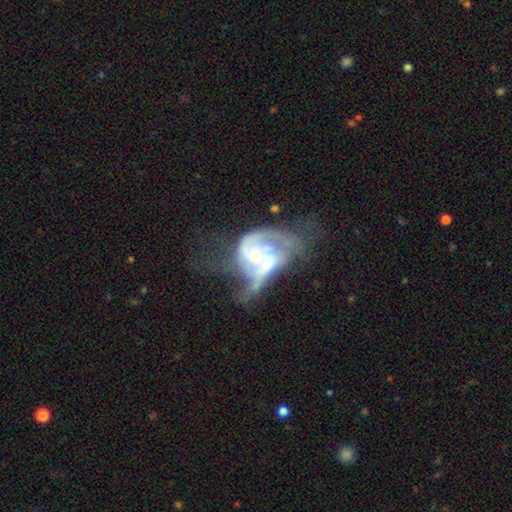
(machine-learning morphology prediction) A featured or disk galaxy (82%) with no bar (64%), 2 (60%) medium (42%) spiral arms (86%) and a moderate central bulge (49%).

Vote fractions:
- Smooth or featured? featured or disk: 82% / smooth: 11% / star or artifact: 6%
- Edge-on disk? no: 97% / yes: 3%
- Bar? no: 64% / weak: 28% / strong: 8%
- Spiral arms? yes: 86% / no: 14%
- Spiral winding? medium: 42% / loose: 36% / tight: 22%
- Spiral arm count? 2: 60% / can't tell: 18% / 1: 9% / 3: 8% / 4: 2% / more than 4: 2%
- Bulge size? moderate: 49% / small: 41% / large: 4% / none: 4% / dominant: 1%
- Merging? merger: 55% / major disturbance: 22% / none: 14% / minor disturbance: 9%